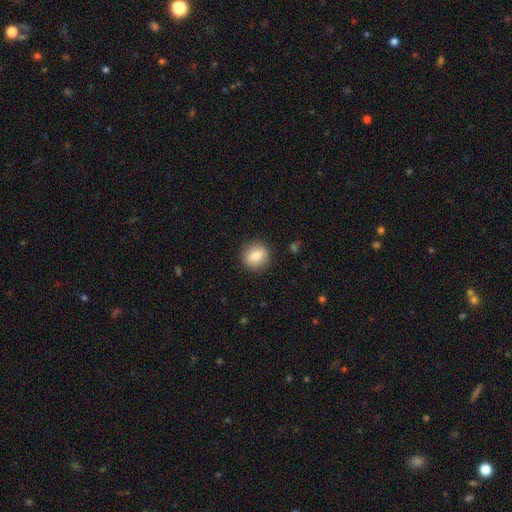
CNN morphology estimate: Smooth or featured?
  - smooth: 81% *
  - featured or disk: 11%
  - star or artifact: 8%
How rounded?
  - round: 85% *
  - in between: 14%
  - cigar-shaped: 1%
Merging?
  - none: 89% *
  - minor disturbance: 8%
  - major disturbance: 2%
  - merger: 1%